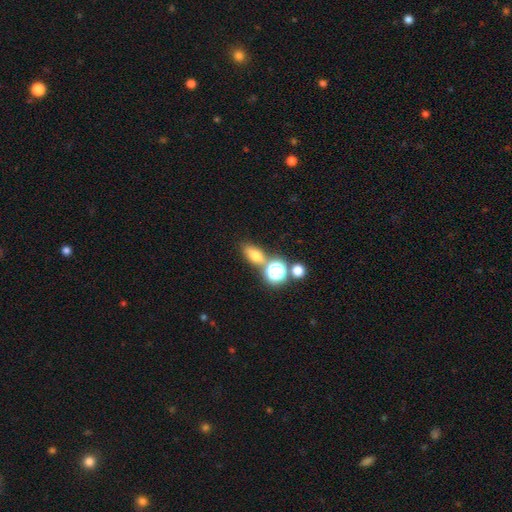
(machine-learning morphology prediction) This is likely a smooth galaxy (67%). How rounded: likely in between (65%). Merging: likely none (61%).